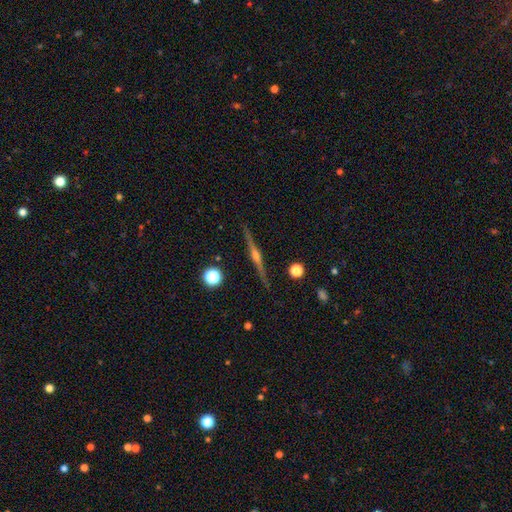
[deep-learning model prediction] Smooth or featured?
  - featured or disk: 82% *
  - smooth: 10%
  - star or artifact: 7%
Edge-on disk?
  - yes: 98% *
  - no: 2%
Edge-on bulge?
  - rounded: 90% *
  - boxy: 5%
  - none: 5%
Merging?
  - none: 90% *
  - minor disturbance: 7%
  - major disturbance: 2%
  - merger: 1%